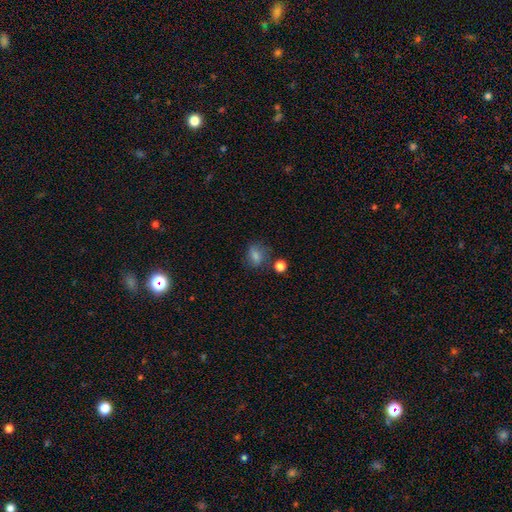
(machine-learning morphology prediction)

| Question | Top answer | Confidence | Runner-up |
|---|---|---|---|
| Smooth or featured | smooth | 67% | star or artifact (19%) |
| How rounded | round | 51% | in between (47%) |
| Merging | none | 68% | minor disturbance (18%) |